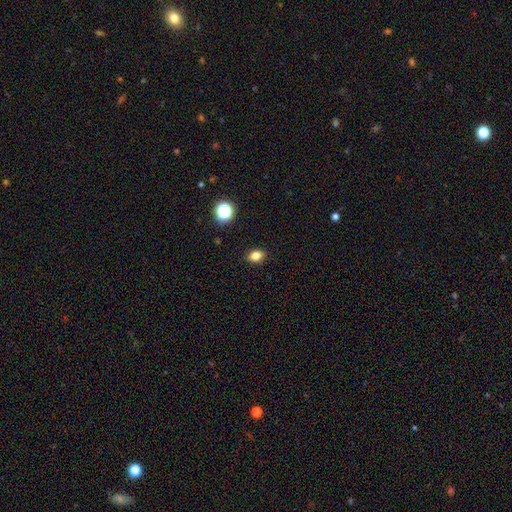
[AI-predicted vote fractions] Morphology: type=smooth (81%); roundness=in between (71%); merging=none (89%).